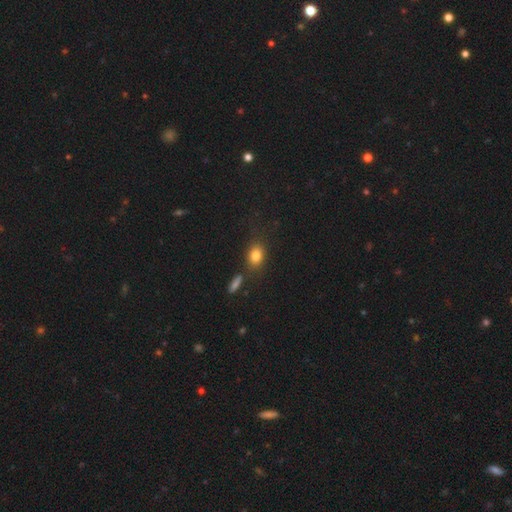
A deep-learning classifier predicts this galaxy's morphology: smooth_or_featured: smooth (p=0.81) [alt: star or artifact p=0.11]
how_rounded: in between (p=0.60) [alt: round p=0.37]
merging: none (p=0.74) [alt: minor disturbance p=0.13]